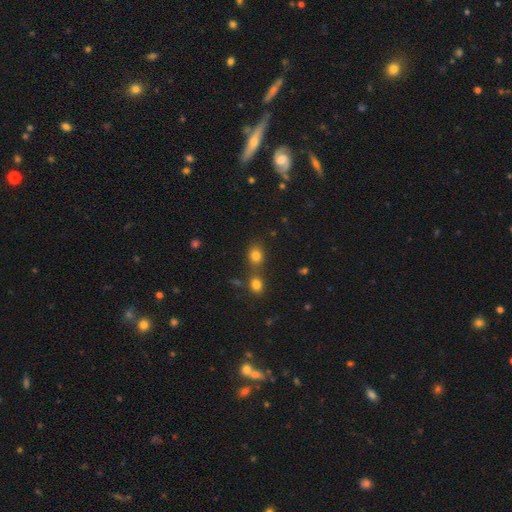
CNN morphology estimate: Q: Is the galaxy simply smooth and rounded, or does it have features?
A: smooth — 78%.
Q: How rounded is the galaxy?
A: in between — 54%.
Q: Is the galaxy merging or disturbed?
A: none — 58%.